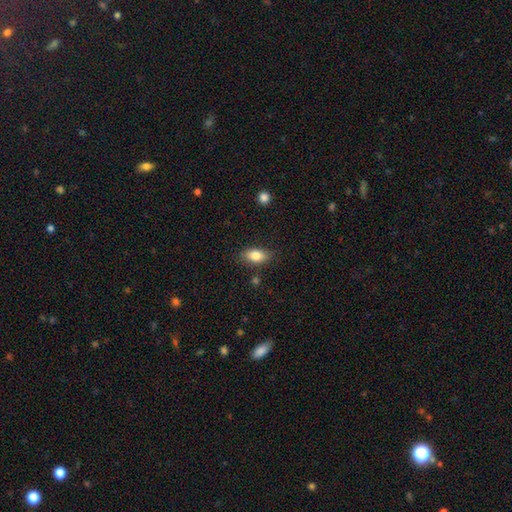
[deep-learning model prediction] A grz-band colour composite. It shows a smooth galaxy with no disk features (82%) that is in between round and cigar-shaped (86%). Merging: none (82%).